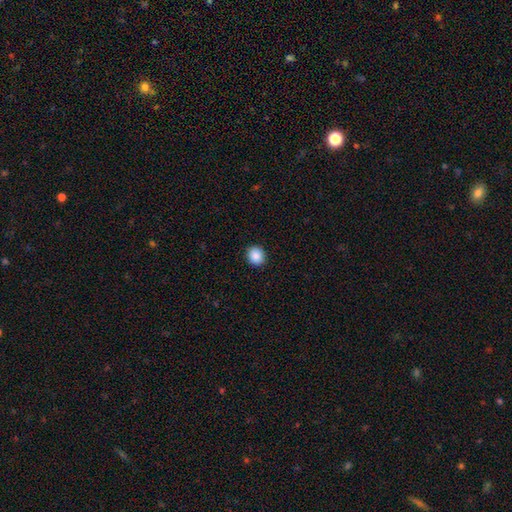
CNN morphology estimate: Q: Smooth or featured?
A: smooth (88%); runner-up: star or artifact (8%)
Q: How rounded?
A: round (81%); runner-up: in between (19%)
Q: Merging?
A: none (92%); runner-up: minor disturbance (5%)